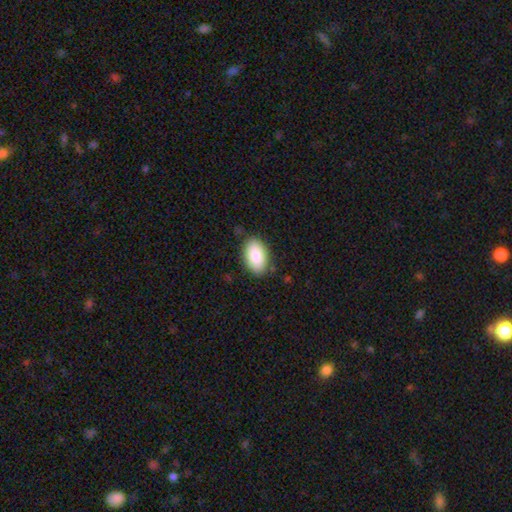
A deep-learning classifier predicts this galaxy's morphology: smooth_or_featured: smooth (p=0.88) [alt: featured or disk p=0.06]
how_rounded: in between (p=0.94) [alt: round p=0.05]
merging: none (p=0.84) [alt: minor disturbance p=0.12]